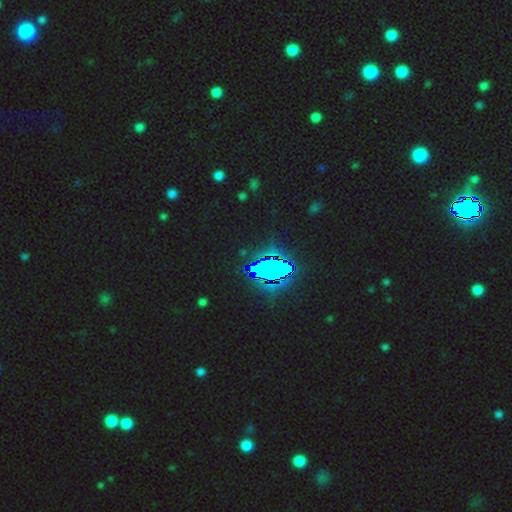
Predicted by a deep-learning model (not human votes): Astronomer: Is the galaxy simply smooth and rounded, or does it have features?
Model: star or artifact — 85%.